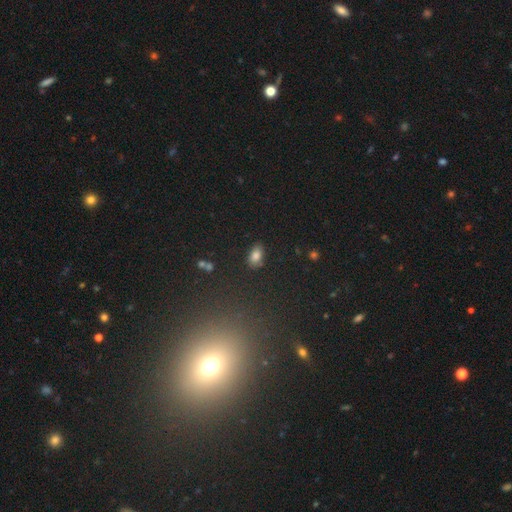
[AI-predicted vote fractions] This appears to be a smooth galaxy with no disk features (83%) that is in between round and cigar-shaped (90%). Merging: none (78%).